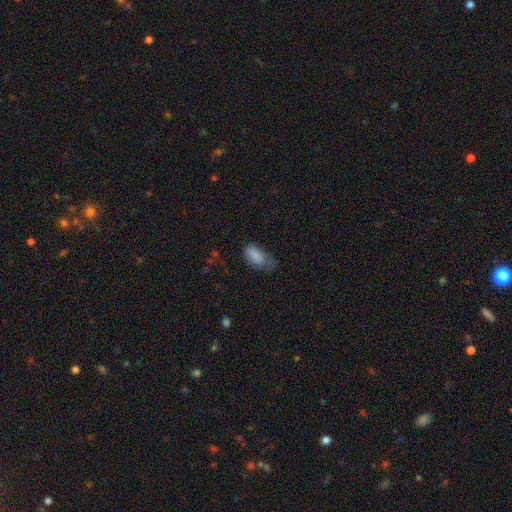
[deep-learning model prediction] This appears to be a smooth galaxy with no disk features (83%) that is in between round and cigar-shaped (92%). Merging: none (38%).